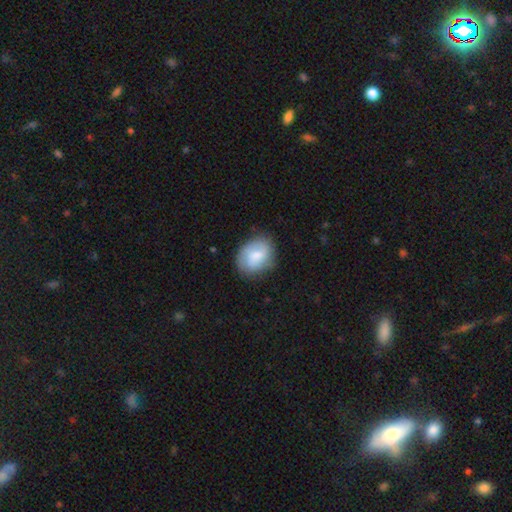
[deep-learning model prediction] smooth-or-featured: smooth: 64% | featured or disk: 30% | star or artifact: 7%
  how-rounded: in between: 54% | round: 45% | cigar-shaped: 1%
  merging: none: 73% | minor disturbance: 19% | major disturbance: 6% | merger: 2%